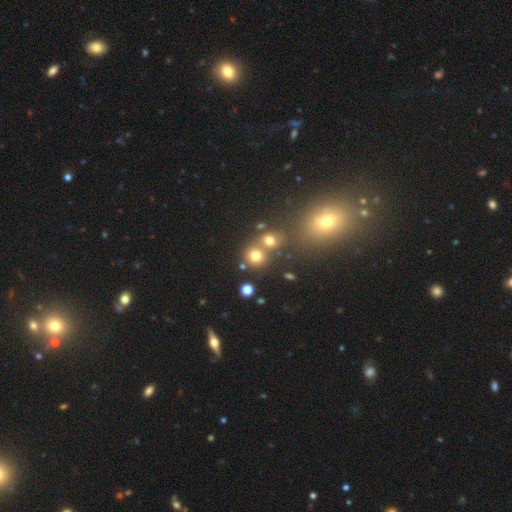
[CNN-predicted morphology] smooth_or_featured: smooth (p=0.73) [alt: star or artifact p=0.18]
how_rounded: round (p=0.87) [alt: in between p=0.12]
merging: none (p=0.58) [alt: merger p=0.31]